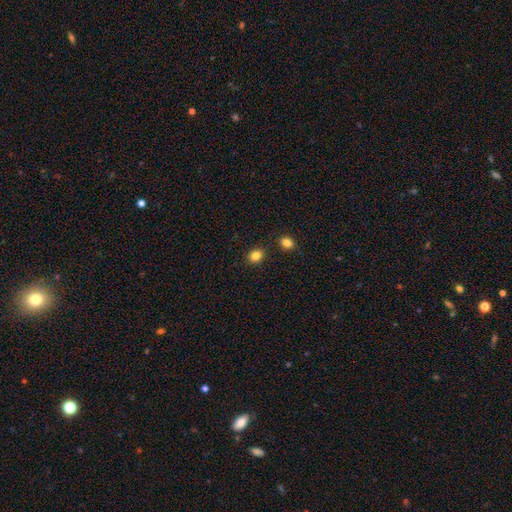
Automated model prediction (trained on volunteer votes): Q: Smooth or featured?
A: smooth (84%); runner-up: star or artifact (11%)
Q: How rounded?
A: in between (52%); runner-up: round (47%)
Q: Merging?
A: none (84%); runner-up: minor disturbance (9%)